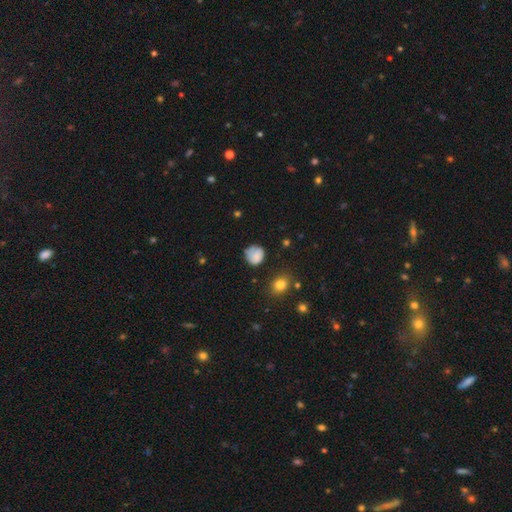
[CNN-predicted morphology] The model was most divided on "merging": none: 62%, minor disturbance: 28%, major disturbance: 8%, merger: 2%. More confident: how rounded — round (81%); smooth or featured — smooth (80%).